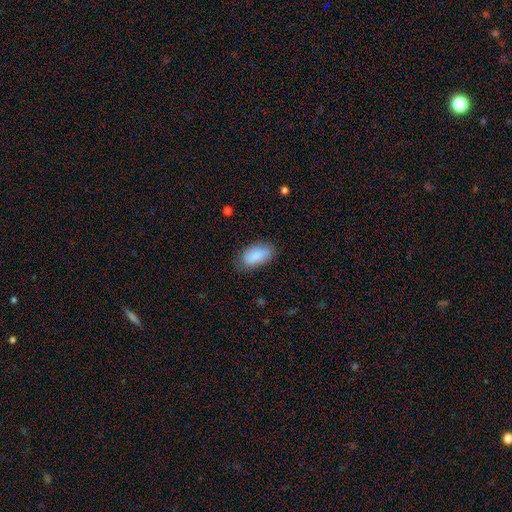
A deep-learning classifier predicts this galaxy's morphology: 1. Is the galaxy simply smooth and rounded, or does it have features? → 86% smooth, 8% featured or disk, 6% star or artifact.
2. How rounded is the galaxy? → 93% in between, 4% cigar-shaped, 3% round.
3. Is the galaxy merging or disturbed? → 76% none, 19% minor disturbance, 4% major disturbance, 1% merger.